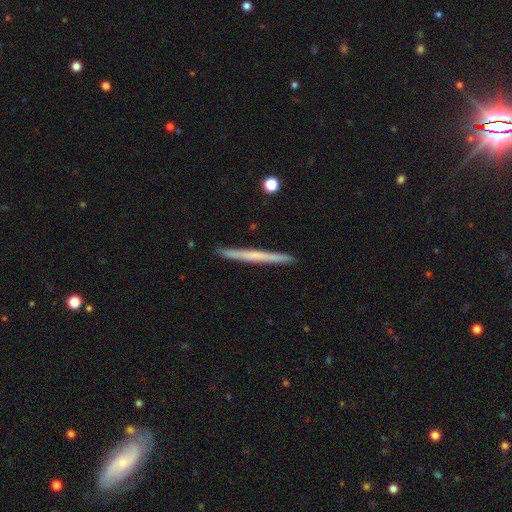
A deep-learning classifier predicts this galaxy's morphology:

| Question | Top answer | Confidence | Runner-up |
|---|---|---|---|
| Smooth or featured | smooth | 49% | featured or disk (45%) |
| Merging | none | 92% | minor disturbance (6%) |